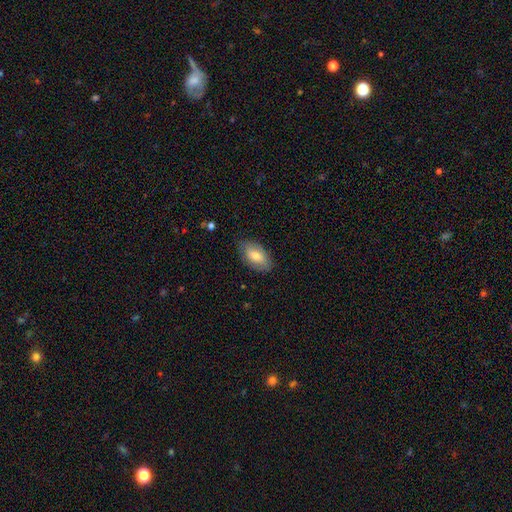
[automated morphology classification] This appears to be a smooth galaxy with no disk features (70%) that is in between round and cigar-shaped (93%). Merging: none (80%).